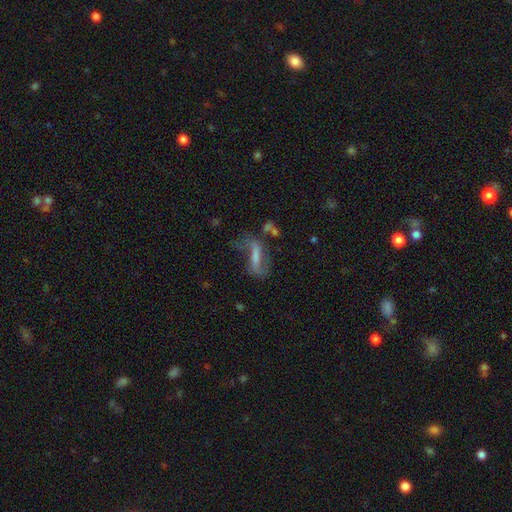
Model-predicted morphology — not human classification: This is likely a featured or disk galaxy (62%). It is clearly not viewed edge-on (84%). Bar: possibly strong (45%). Spiral arm pattern: likely yes (76%). Central bulge: marginally none (40%). Merging: marginally none (44%).